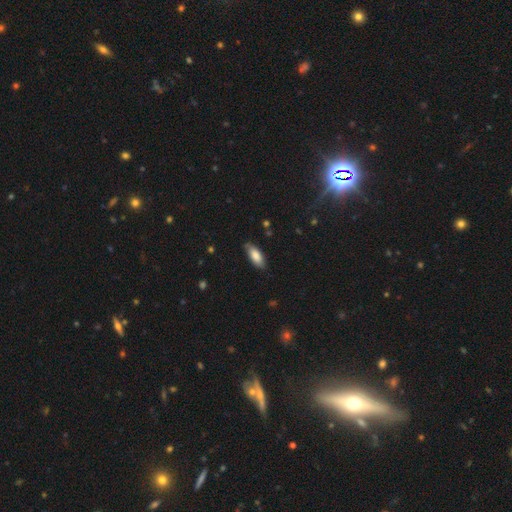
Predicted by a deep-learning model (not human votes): smooth-or-featured: smooth: 81% | featured or disk: 12% | star or artifact: 6%
  how-rounded: in between: 82% | cigar-shaped: 17% | round: 2%
  merging: none: 78% | minor disturbance: 18% | major disturbance: 3% | merger: 1%